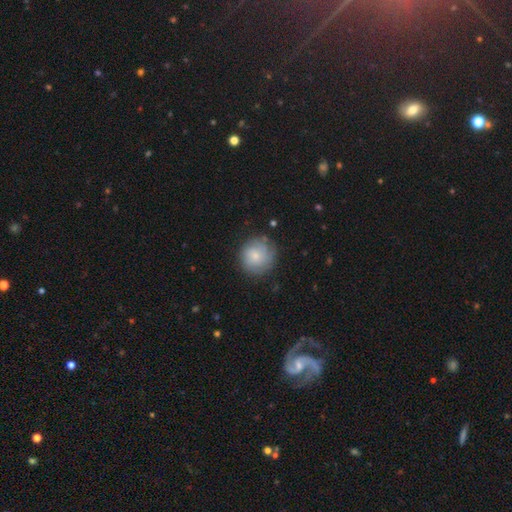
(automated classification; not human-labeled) The model was most divided on "smooth or featured": smooth: 67%, featured or disk: 26%, star or artifact: 8%. More confident: how rounded — round (92%); merging — none (76%).